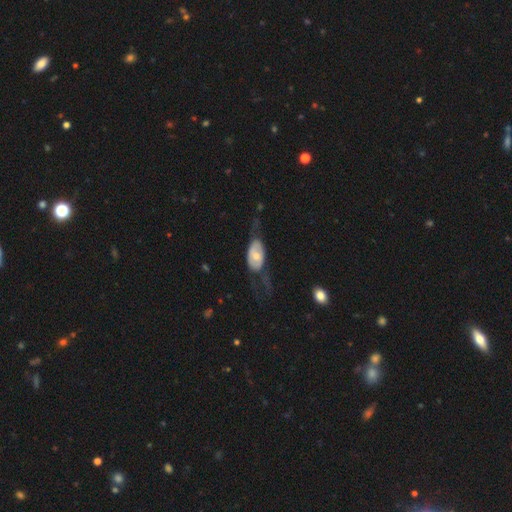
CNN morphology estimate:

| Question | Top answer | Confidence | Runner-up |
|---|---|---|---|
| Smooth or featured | featured or disk | 50% | smooth (45%) |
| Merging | major disturbance | 40% | none (34%) |